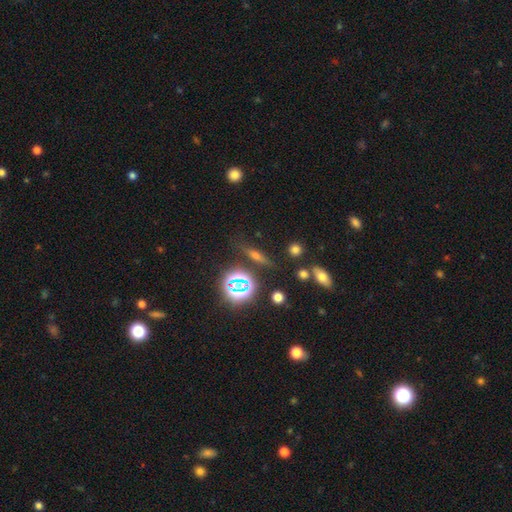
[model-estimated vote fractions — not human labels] A smooth galaxy with no disk features (36%). Merging: none (82%).